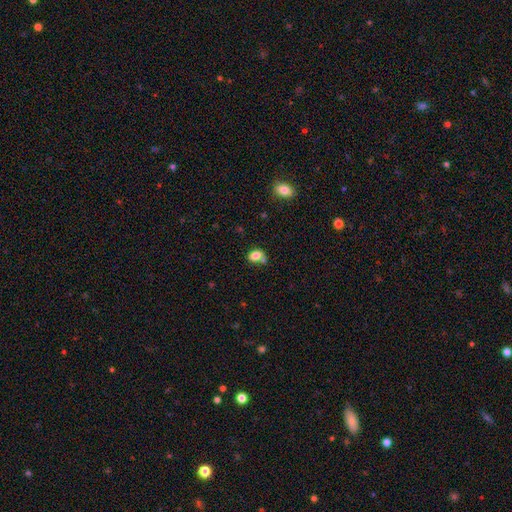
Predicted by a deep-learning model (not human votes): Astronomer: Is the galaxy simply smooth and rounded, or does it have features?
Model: smooth — 80%.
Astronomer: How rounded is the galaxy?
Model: in between — 67%.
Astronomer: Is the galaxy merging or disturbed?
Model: none — 48% (runner-up: merger, 29%).